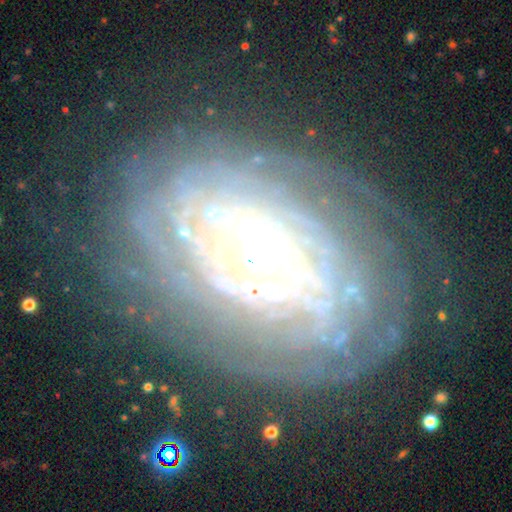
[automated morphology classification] This is clearly a featured or disk galaxy (84%). It is clearly not viewed edge-on (95%). Bar: likely no (75%). Spiral arm pattern: clearly yes (91%). Spiral arm count: marginally can't tell (43%). Spiral winding: clearly tight (82%). Central bulge: possibly moderate (48%). Merging: likely none (73%).